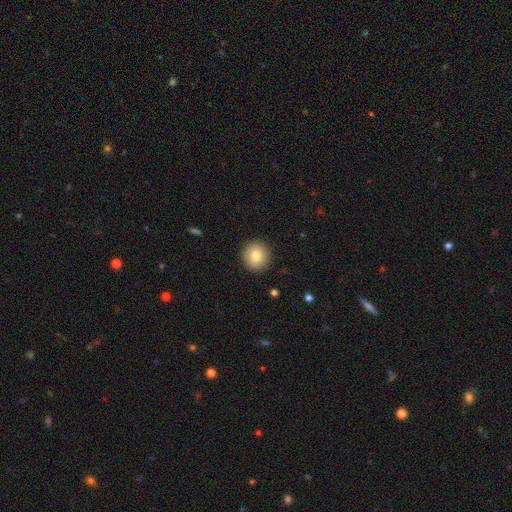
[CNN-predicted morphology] smooth 79%, featured or disk 12%, star or artifact 9%. Down the decision tree: how rounded — round (92%); merging — none (91%).